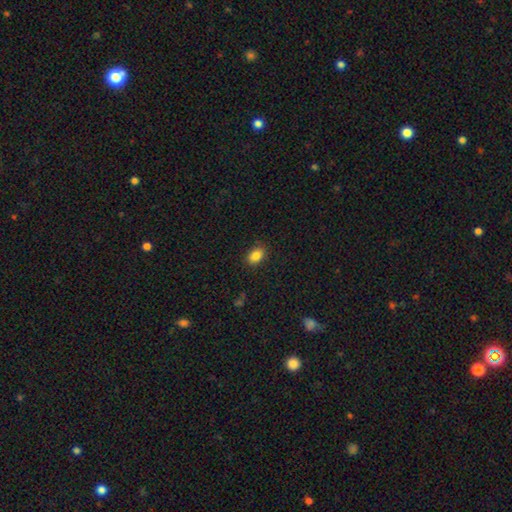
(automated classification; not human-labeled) Morphology: type=smooth (86%); roundness=in between (80%); merging=none (86%).